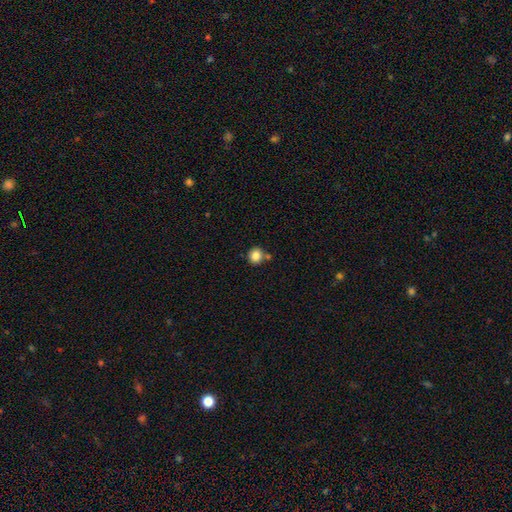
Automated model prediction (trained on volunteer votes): A smooth galaxy with no disk features (84%) that is round (84%).

Vote fractions:
- Smooth or featured? smooth: 84% / star or artifact: 10% / featured or disk: 6%
- How rounded? round: 84% / in between: 15% / cigar-shaped: 1%
- Merging? none: 72% / merger: 15% / minor disturbance: 11% / major disturbance: 3%